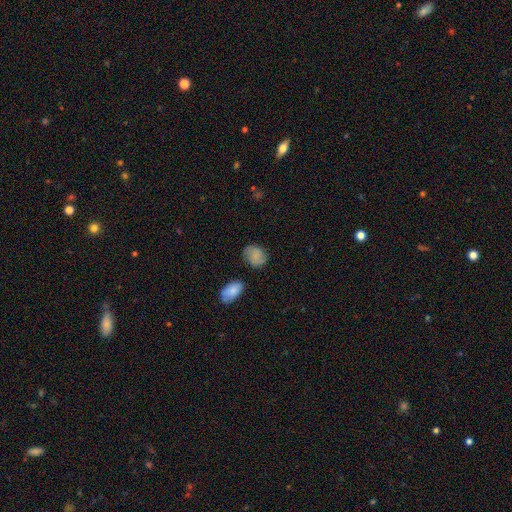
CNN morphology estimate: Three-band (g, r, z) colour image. It shows a smooth galaxy with no disk features (70%) that is in between round and cigar-shaped (50%). Merging: none (70%).